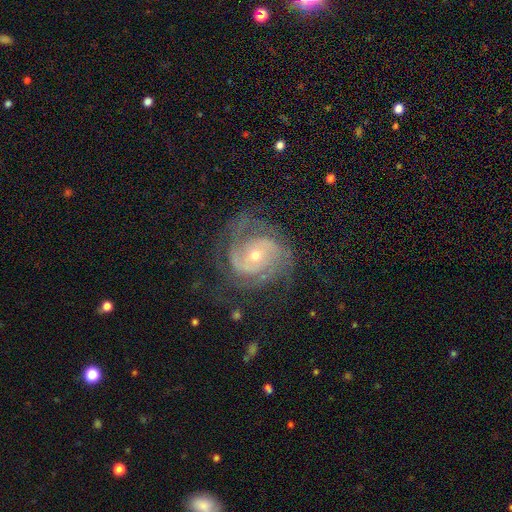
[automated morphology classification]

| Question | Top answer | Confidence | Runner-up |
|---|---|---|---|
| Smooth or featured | featured or disk | 88% | smooth (7%) |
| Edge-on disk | no | 97% | yes (3%) |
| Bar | no | 64% | weak (28%) |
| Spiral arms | yes | 96% | no (4%) |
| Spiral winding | tight | 56% | medium (35%) |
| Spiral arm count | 2 | 47% | can't tell (19%) |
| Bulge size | small | 49% | moderate (47%) |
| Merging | none | 66% | minor disturbance (19%) |